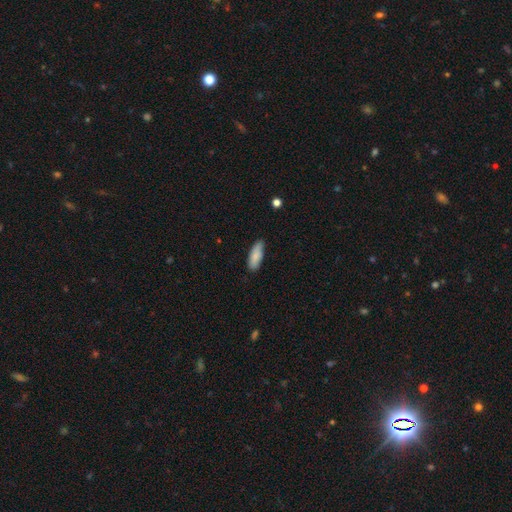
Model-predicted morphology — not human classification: This is clearly a smooth galaxy (86%). How rounded: likely in between (67%). Merging: likely none (76%).